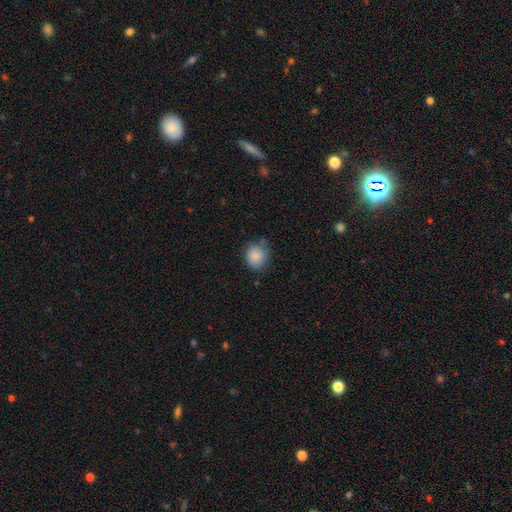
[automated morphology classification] This appears to be a smooth galaxy with no disk features (87%) that is round (78%). Merging: none (73%).